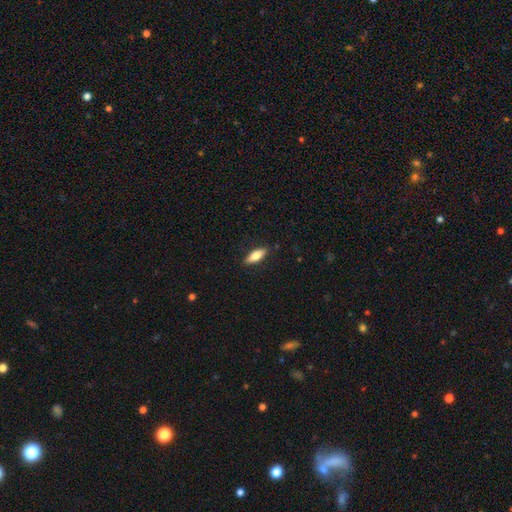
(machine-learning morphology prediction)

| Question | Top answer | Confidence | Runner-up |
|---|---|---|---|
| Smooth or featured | smooth | 72% | featured or disk (22%) |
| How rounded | in between | 65% | cigar-shaped (33%) |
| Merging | none | 89% | minor disturbance (8%) |